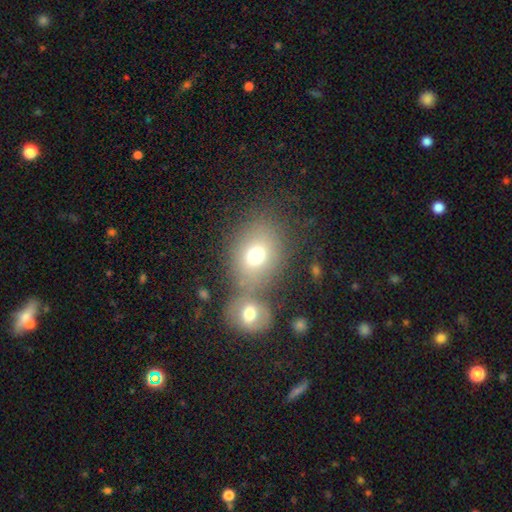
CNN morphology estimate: smooth_or_featured: smooth (p=0.71) [alt: featured or disk p=0.16]
how_rounded: round (p=0.53) [alt: in between p=0.46]
merging: merger (p=0.44) [alt: none p=0.42]